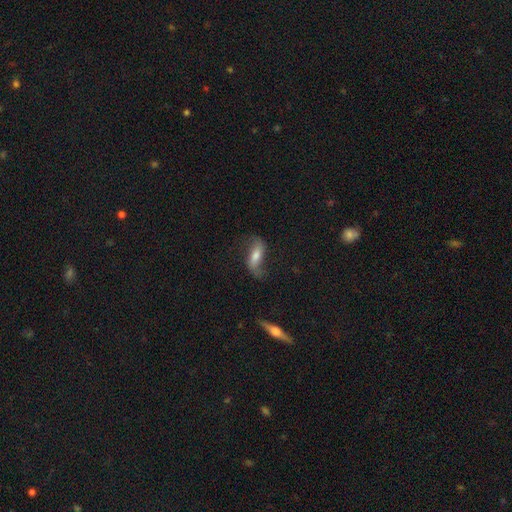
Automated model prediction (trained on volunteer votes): smooth-or-featured: featured or disk: 57% | smooth: 35% | star or artifact: 8%
  disk-edge-on: no: 82% | yes: 18%
  merging: none: 63% | minor disturbance: 20% | major disturbance: 14% | merger: 3%